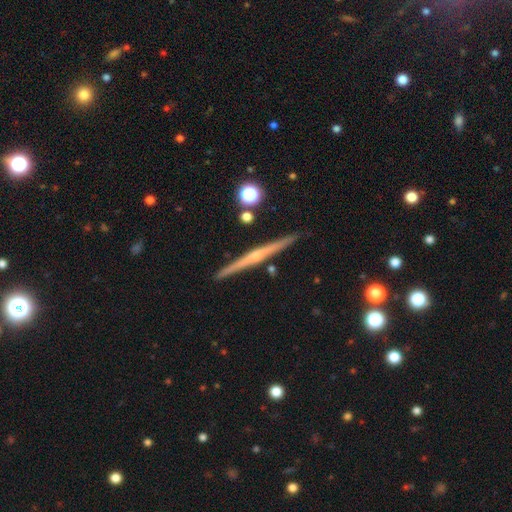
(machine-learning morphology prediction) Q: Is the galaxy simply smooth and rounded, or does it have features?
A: featured or disk — 75%.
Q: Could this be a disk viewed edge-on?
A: yes — 98%.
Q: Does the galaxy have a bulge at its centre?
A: rounded — 68%.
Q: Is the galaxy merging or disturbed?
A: none — 90%.